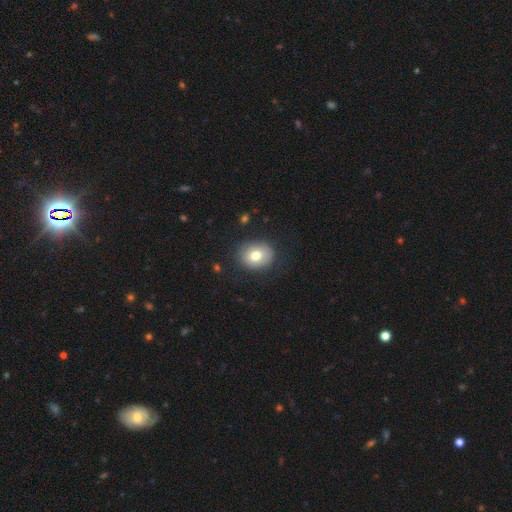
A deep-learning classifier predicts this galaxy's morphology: smooth 75%, featured or disk 16%, star or artifact 9%. Down the decision tree: how rounded — round (58%); merging — none (83%).